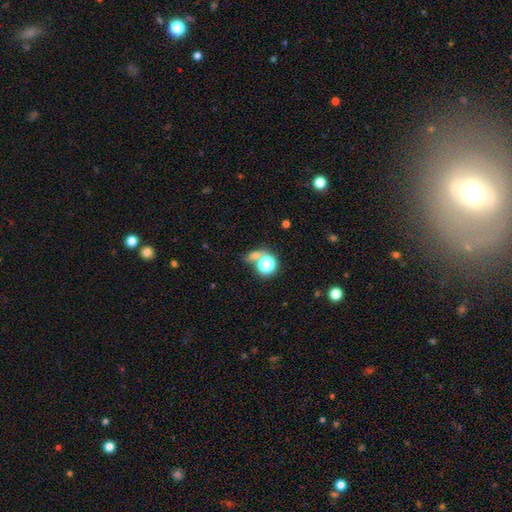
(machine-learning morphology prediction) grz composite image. It shows a smooth galaxy with no disk features (55%) that is round (60%). Merging: none (51%).